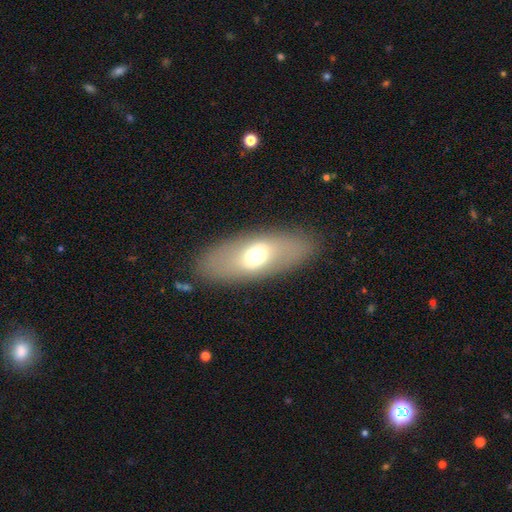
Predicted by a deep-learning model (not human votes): Q: Smooth or featured?
A: smooth (55%); runner-up: featured or disk (37%)
Q: How rounded?
A: in between (82%); runner-up: cigar-shaped (13%)
Q: Merging?
A: none (85%); runner-up: minor disturbance (9%)